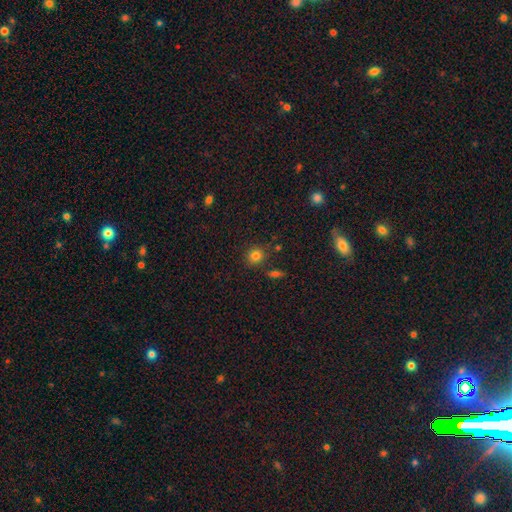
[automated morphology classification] type=smooth (80%); roundness=round (88%); merging=none (82%).